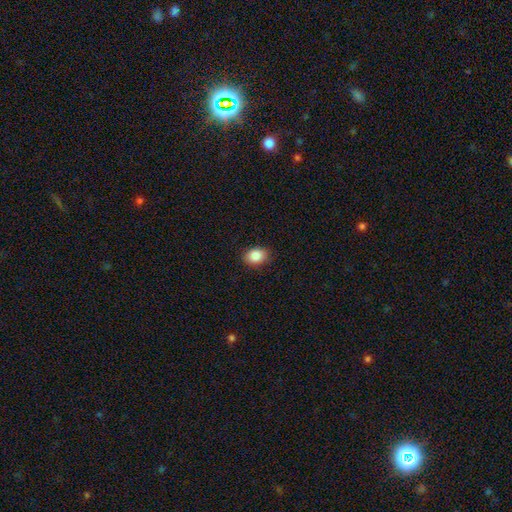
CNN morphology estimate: Overall: smooth (87%). How rounded: in between (72%). Merging: none (86%).